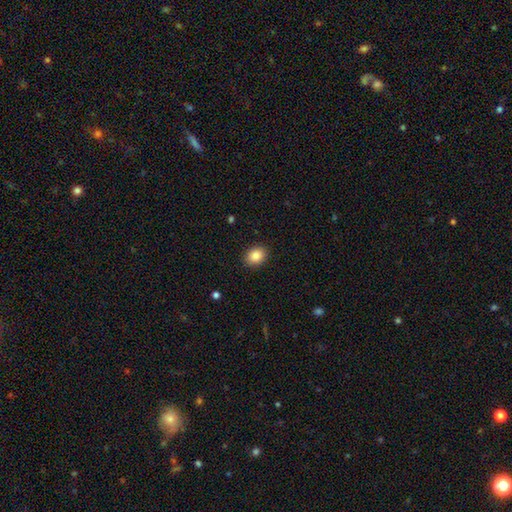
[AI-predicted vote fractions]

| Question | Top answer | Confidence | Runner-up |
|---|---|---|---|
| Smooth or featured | smooth | 86% | star or artifact (9%) |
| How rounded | in between | 53% | round (46%) |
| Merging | none | 90% | minor disturbance (8%) |